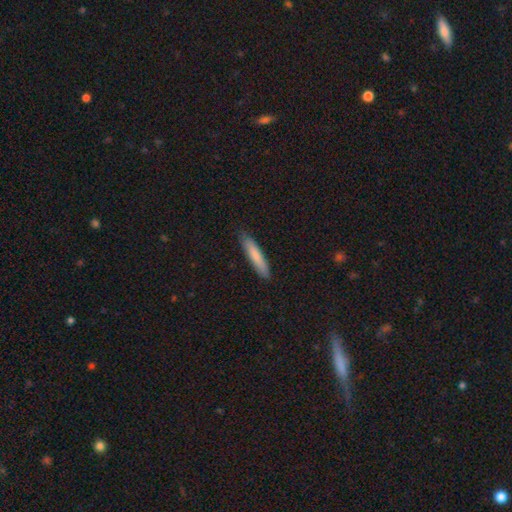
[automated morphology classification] smooth-or-featured: smooth: 80% | featured or disk: 14% | star or artifact: 6%
  how-rounded: cigar-shaped: 90% | in between: 9% | round: 1%
  merging: none: 87% | minor disturbance: 10% | major disturbance: 2% | merger: 1%